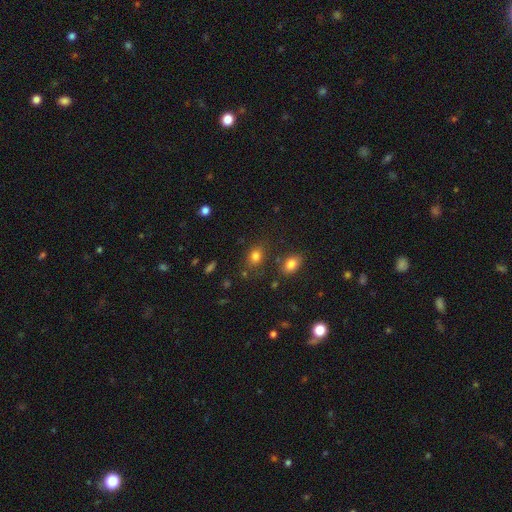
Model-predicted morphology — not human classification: Smooth or featured? Predicted: smooth (p=0.80). How rounded? Predicted: in between (p=0.60). Merging? Predicted: none (p=0.75).